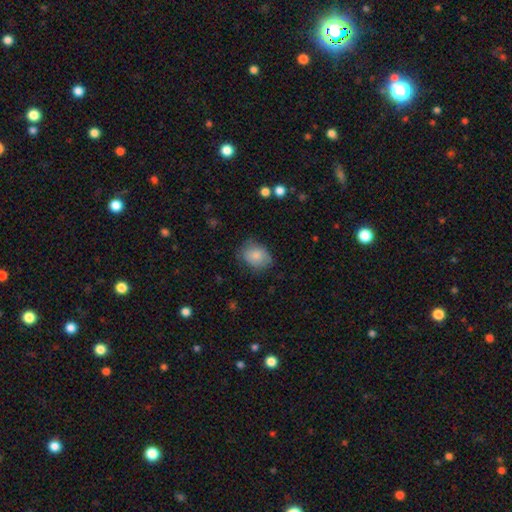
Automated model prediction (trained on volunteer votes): A smooth galaxy with no disk features (81%) that is in between round and cigar-shaped (59%). Merging: none (66%).